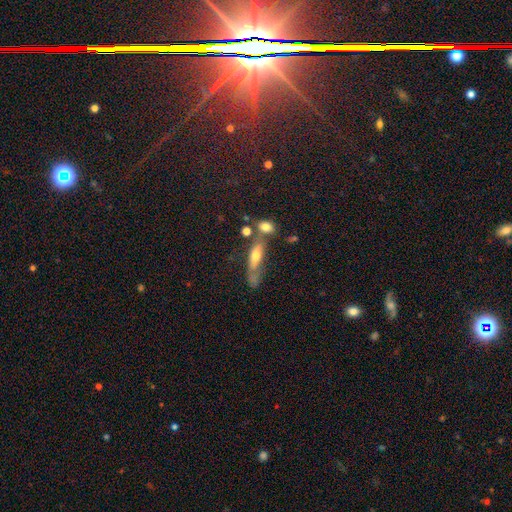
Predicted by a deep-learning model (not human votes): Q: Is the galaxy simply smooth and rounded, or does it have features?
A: smooth — 50%.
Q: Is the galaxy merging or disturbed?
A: none — 40%.